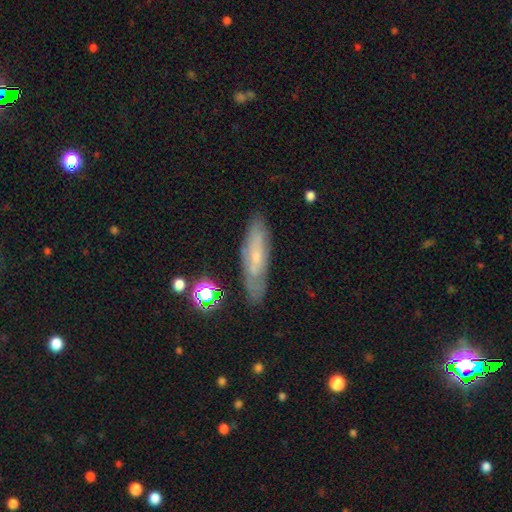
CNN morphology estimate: Q: Smooth or featured?
A: featured or disk (46%); runner-up: smooth (44%)
Q: Merging?
A: none (76%); runner-up: minor disturbance (17%)